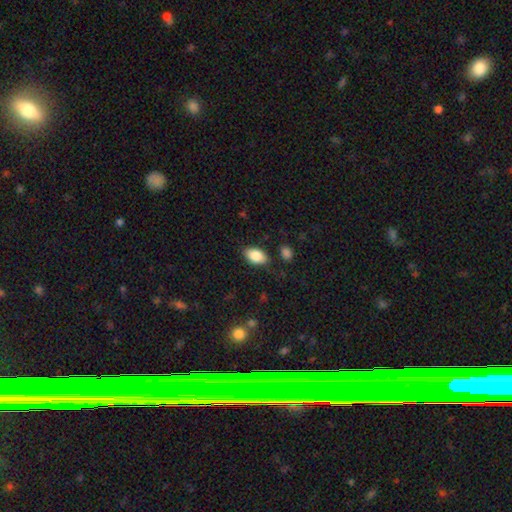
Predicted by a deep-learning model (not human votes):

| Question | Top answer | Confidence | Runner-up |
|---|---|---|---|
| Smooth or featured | smooth | 85% | featured or disk (8%) |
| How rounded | in between | 92% | round (6%) |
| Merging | none | 81% | minor disturbance (13%) |